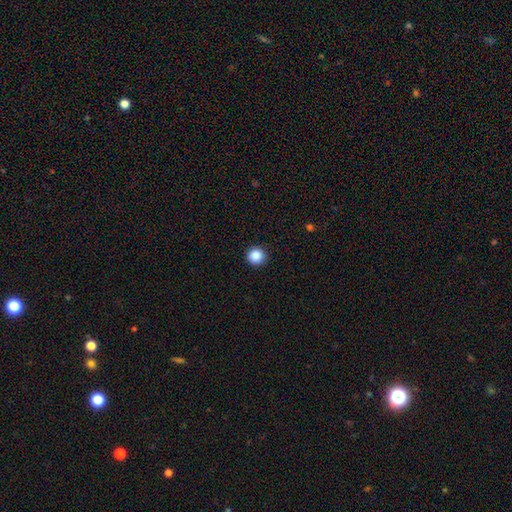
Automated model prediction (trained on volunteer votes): Overall: smooth (87%). How rounded: round (95%). Merging: none (93%).